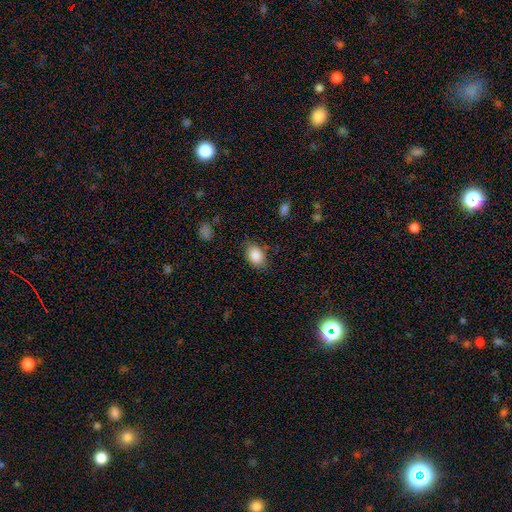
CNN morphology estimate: Q: Smooth or featured?
A: smooth (87%); runner-up: star or artifact (7%)
Q: How rounded?
A: in between (79%); runner-up: round (20%)
Q: Merging?
A: none (76%); runner-up: minor disturbance (18%)